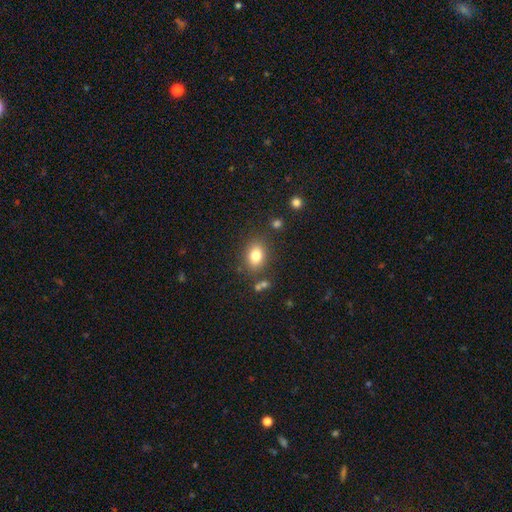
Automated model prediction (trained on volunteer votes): Smooth or featured?
  - smooth: 81% *
  - star or artifact: 10%
  - featured or disk: 9%
How rounded?
  - in between: 67% *
  - round: 31%
  - cigar-shaped: 1%
Merging?
  - none: 81% *
  - minor disturbance: 11%
  - merger: 5%
  - major disturbance: 4%